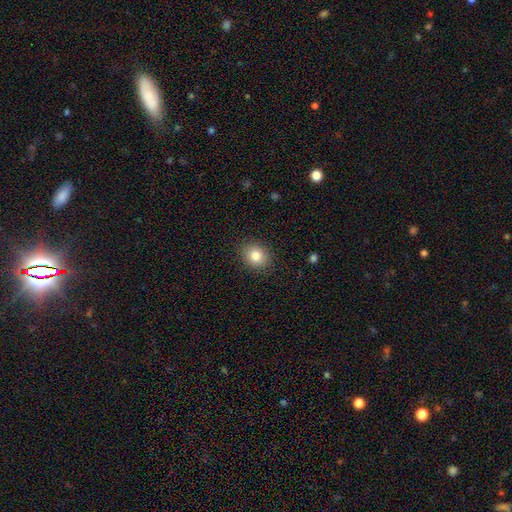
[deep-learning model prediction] This is clearly a smooth galaxy (82%). How rounded: likely round (64%). Merging: clearly none (89%).